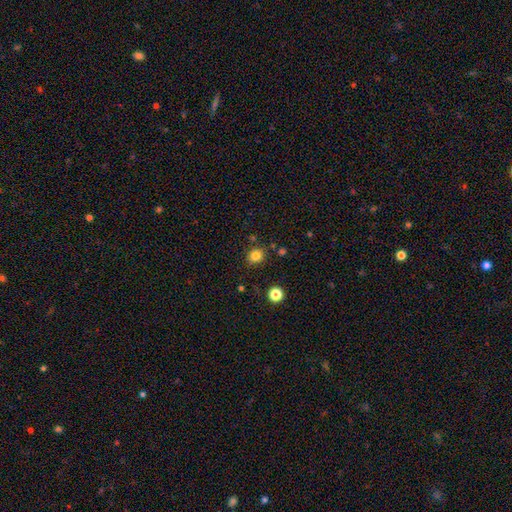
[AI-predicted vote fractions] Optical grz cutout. It shows a smooth galaxy with no disk features (82%) that is round (74%). Merging: none (85%).